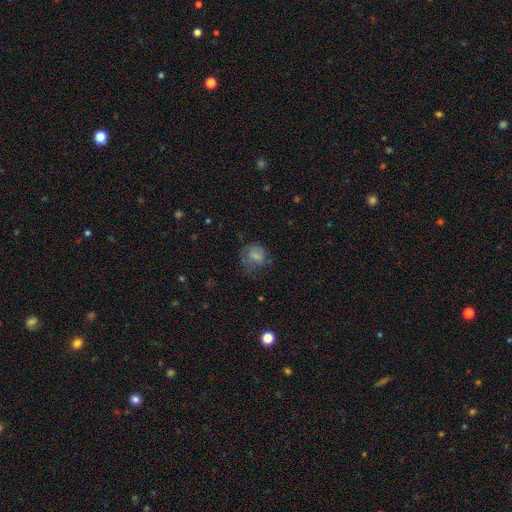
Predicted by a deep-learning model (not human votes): Smooth or featured? Predicted: smooth (p=0.65). How rounded? Predicted: round (p=0.62). Merging? Predicted: none (p=0.44).